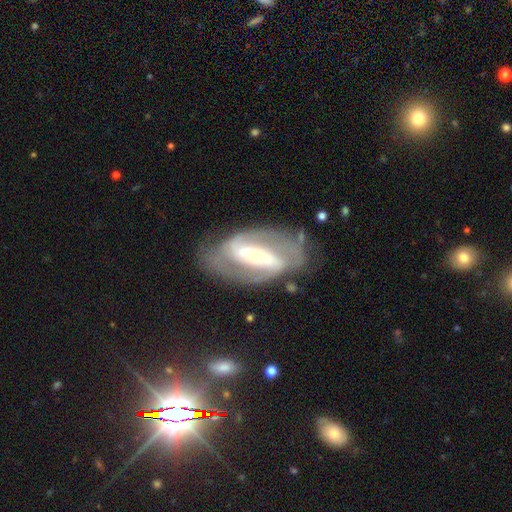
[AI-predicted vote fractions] A featured or disk galaxy (86%) with a strong bar (74%), 2 (86%) medium (44%) spiral arms (88%) and a small central bulge (51%). Merging: none (71%).